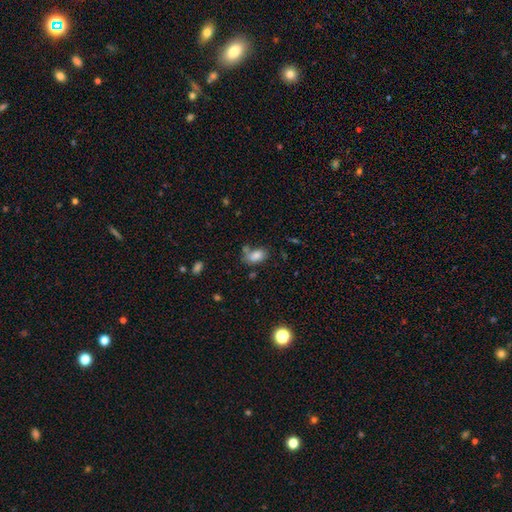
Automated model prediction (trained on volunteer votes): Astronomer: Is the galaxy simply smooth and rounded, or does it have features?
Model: smooth — 81%.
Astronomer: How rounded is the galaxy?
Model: in between — 90%.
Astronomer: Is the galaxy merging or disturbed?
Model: none — 54%.